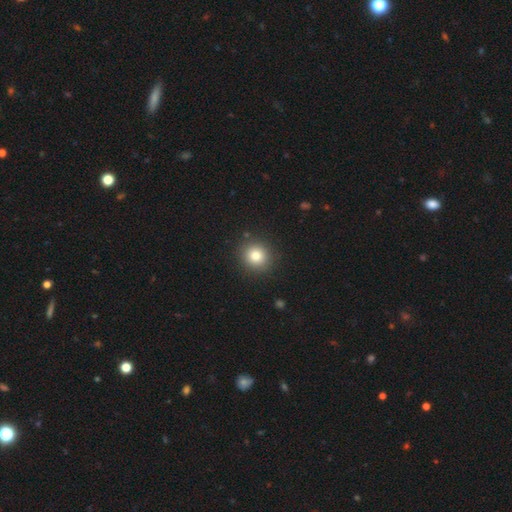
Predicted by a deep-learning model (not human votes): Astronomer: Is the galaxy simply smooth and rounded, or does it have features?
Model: smooth — 82%.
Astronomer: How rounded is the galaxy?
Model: round — 88%.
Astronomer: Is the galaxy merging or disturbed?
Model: none — 90%.